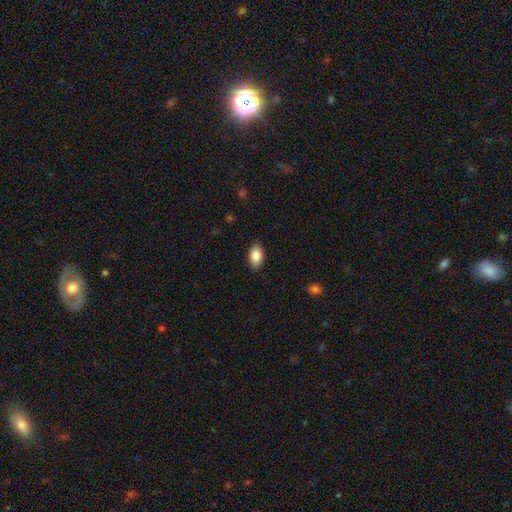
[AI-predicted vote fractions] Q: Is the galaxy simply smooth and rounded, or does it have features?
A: smooth — 86%.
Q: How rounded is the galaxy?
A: in between — 92%.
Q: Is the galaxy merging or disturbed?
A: none — 88%.